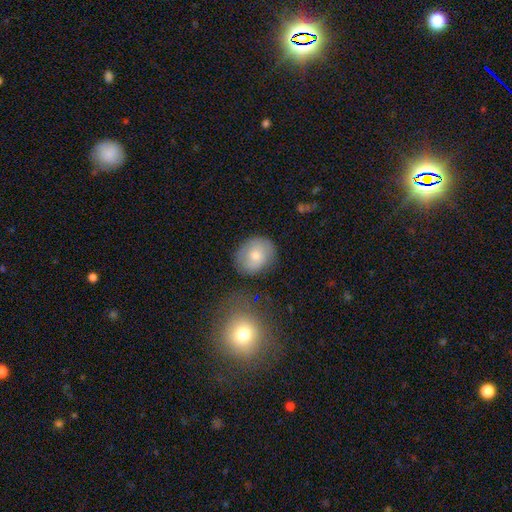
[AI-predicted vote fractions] smooth-or-featured: smooth: 72% | featured or disk: 20% | star or artifact: 8%
  how-rounded: round: 55% | in between: 44% | cigar-shaped: 1%
  merging: none: 74% | minor disturbance: 17% | major disturbance: 5% | merger: 4%